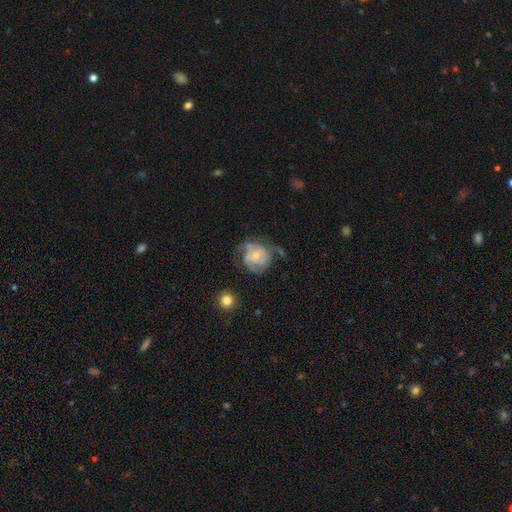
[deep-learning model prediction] Smooth or featured? featured or disk (79%)
Edge-on disk? no (98%)
Bar? no (73%)
Spiral arms? yes (91%)
Spiral winding? tight (48%)
Spiral arm count? 2 (33%)
Bulge size? small (56%)
Merging? none (48%)